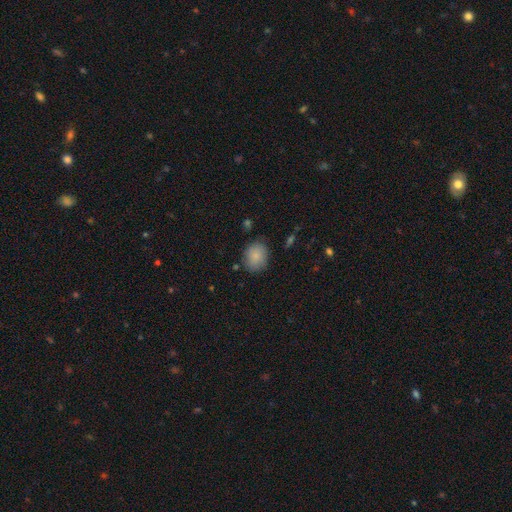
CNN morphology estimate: Overall: smooth (85%). How rounded: round (51%; in between 48%). Merging: none (80%).